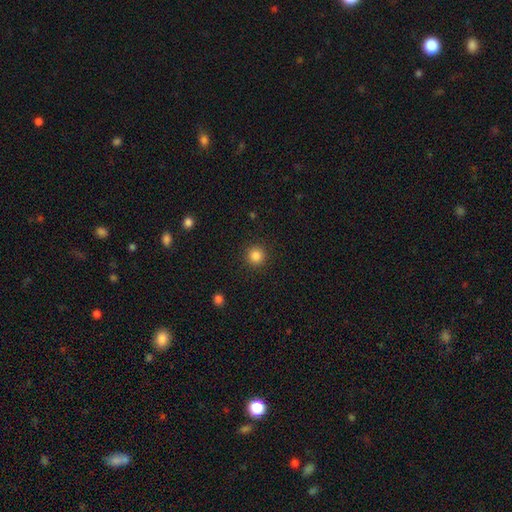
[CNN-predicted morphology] Smooth or featured: smooth — 85% (star or artifact — 11%)
How rounded: round — 95% (in between — 4%)
Merging: none — 91% (minor disturbance — 5%)